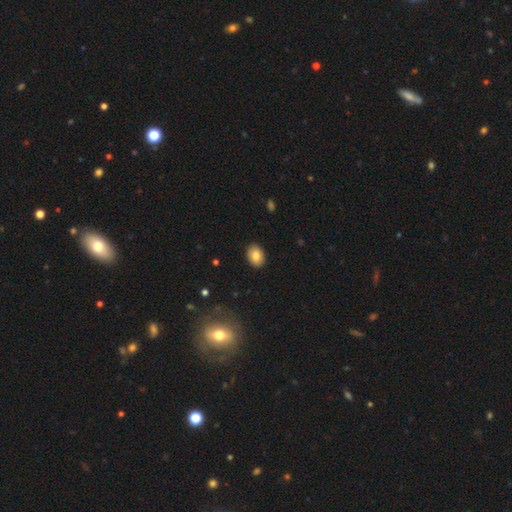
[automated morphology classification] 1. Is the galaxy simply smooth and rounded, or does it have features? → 83% smooth, 9% featured or disk, 8% star or artifact.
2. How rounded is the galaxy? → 72% in between, 27% round, 1% cigar-shaped.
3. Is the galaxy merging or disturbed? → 90% none, 8% minor disturbance, 2% major disturbance, 1% merger.